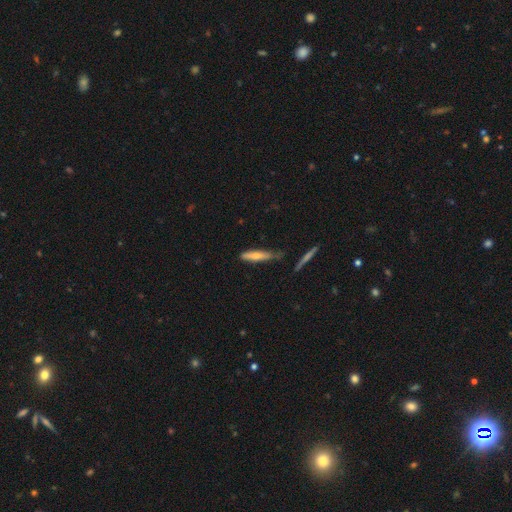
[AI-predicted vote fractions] smooth-or-featured: smooth: 65% | featured or disk: 29% | star or artifact: 6%
  how-rounded: cigar-shaped: 85% | in between: 13% | round: 2%
  merging: none: 60% | minor disturbance: 27% | merger: 7% | major disturbance: 6%